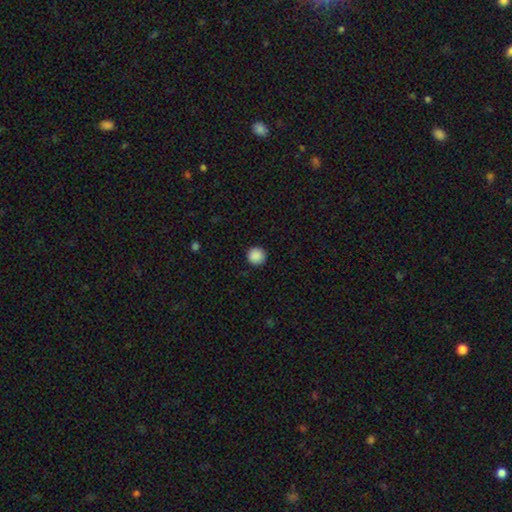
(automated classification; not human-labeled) Smooth or featured? Predicted: smooth (p=0.89). How rounded? Predicted: round (p=0.95). Merging? Predicted: none (p=0.92).